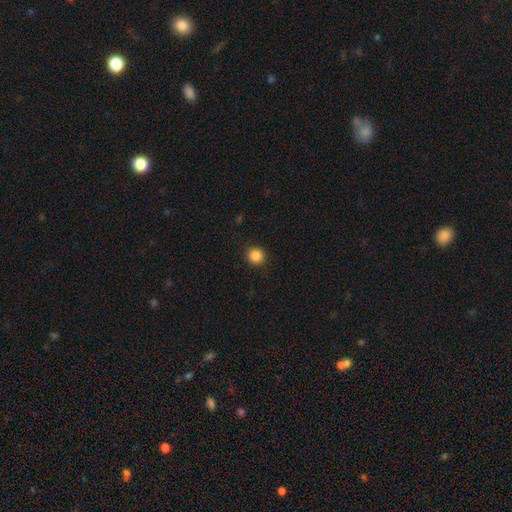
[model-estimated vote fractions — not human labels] Overall: smooth (87%). How rounded: round (89%). Merging: none (92%).